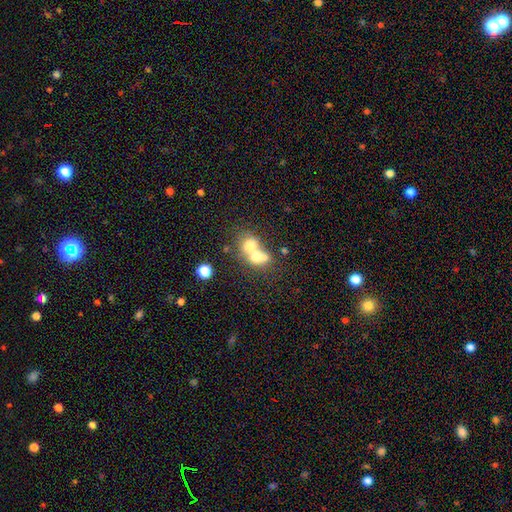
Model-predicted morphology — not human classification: A smooth galaxy with no disk features (64%) that is round (55%). Merging: merger (72%).